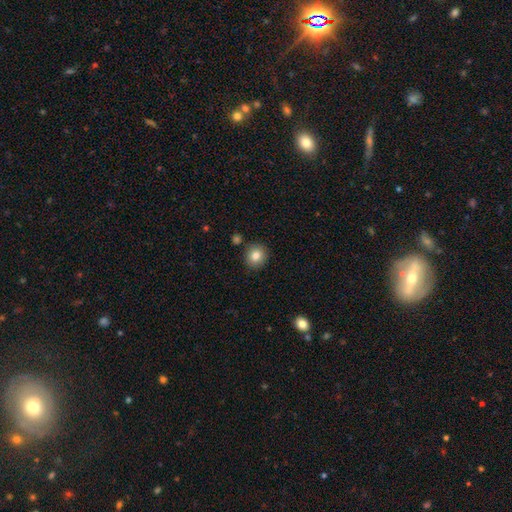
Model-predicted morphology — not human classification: This is clearly a smooth galaxy (82%). How rounded: clearly round (87%). Merging: clearly none (88%).